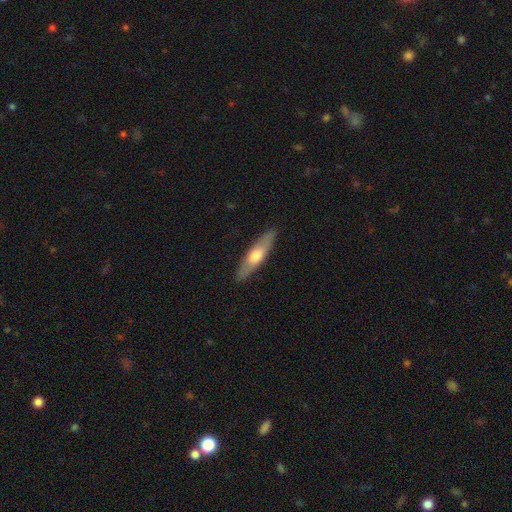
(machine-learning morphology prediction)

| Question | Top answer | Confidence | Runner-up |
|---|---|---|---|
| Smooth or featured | smooth | 50% | featured or disk (45%) |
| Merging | none | 89% | minor disturbance (8%) |